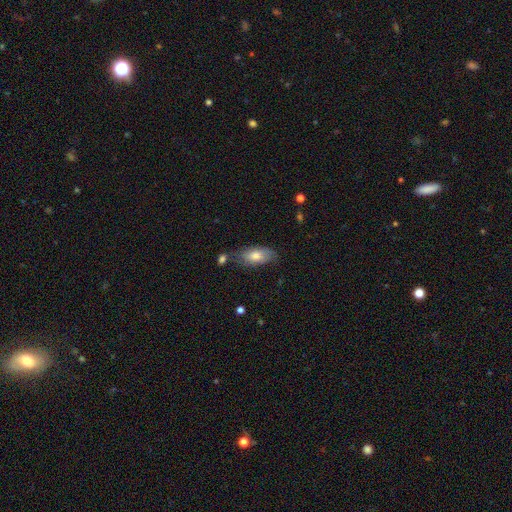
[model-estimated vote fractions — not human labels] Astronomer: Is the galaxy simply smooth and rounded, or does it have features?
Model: smooth — 75%.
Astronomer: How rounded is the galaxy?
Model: in between — 88%.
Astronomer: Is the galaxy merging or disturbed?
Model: none — 70%.